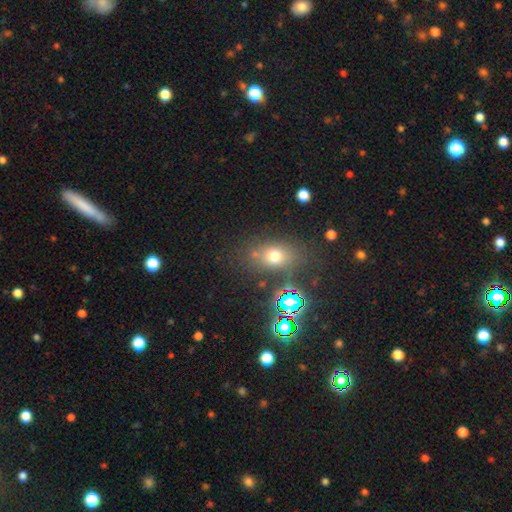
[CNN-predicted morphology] Q: Smooth or featured?
A: smooth (60%); runner-up: star or artifact (27%)
Q: How rounded?
A: in between (60%); runner-up: round (37%)
Q: Merging?
A: none (75%); runner-up: minor disturbance (13%)